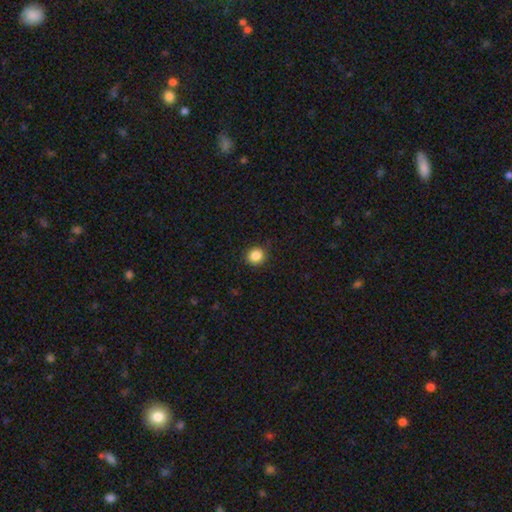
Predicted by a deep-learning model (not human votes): Morphology: type=smooth (86%); roundness=round (87%); merging=none (86%).